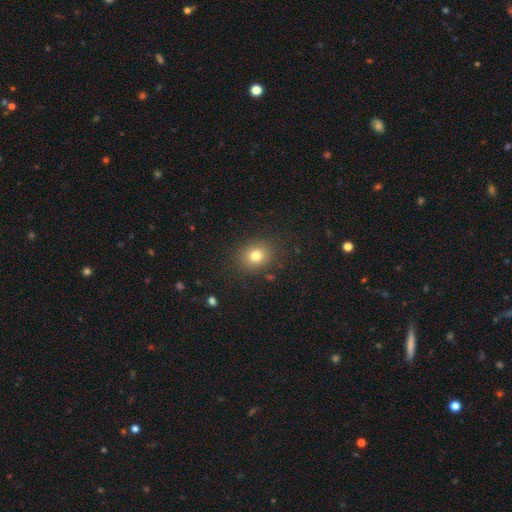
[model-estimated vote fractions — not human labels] Smooth or featured: smooth — 78% (star or artifact — 13%)
How rounded: round — 65% (in between — 34%)
Merging: none — 86% (minor disturbance — 9%)